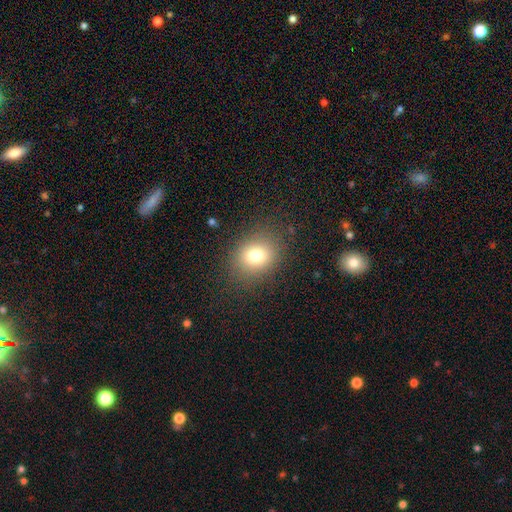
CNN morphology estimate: Smooth or featured: smooth — 77% (star or artifact — 13%)
How rounded: round — 59% (in between — 40%)
Merging: none — 84% (minor disturbance — 10%)